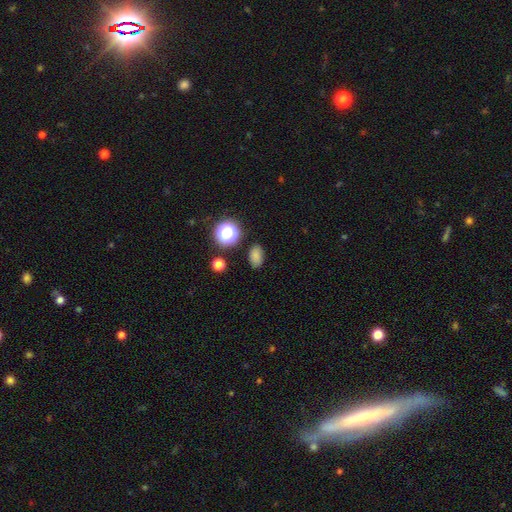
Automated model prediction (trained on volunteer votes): smooth 79%, star or artifact 15%, featured or disk 5%. Down the decision tree: how rounded — in between (84%); merging — none (85%).